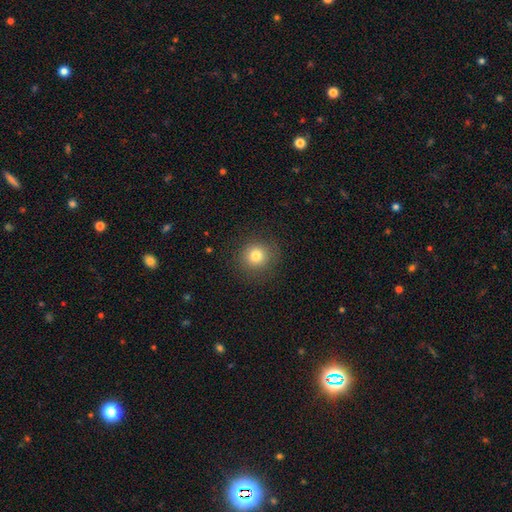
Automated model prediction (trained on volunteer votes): This is likely a smooth galaxy (80%). How rounded: clearly round (92%). Merging: clearly none (88%).